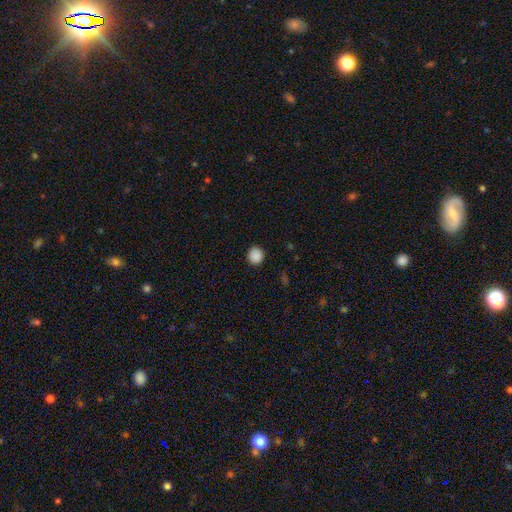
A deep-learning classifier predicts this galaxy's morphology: Smooth or featured: smooth — 88% (star or artifact — 10%)
How rounded: round — 91% (in between — 8%)
Merging: none — 91% (minor disturbance — 6%)